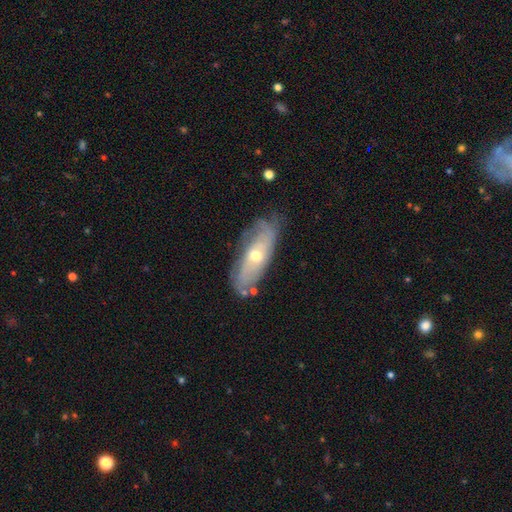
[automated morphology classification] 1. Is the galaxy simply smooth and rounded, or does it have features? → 59% featured or disk, 34% smooth, 7% star or artifact.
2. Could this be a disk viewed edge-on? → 77% no, 23% yes.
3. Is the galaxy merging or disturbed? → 60% none, 26% minor disturbance, 10% major disturbance, 4% merger.